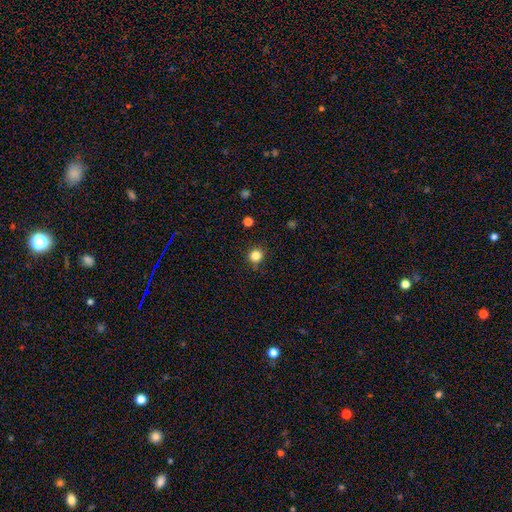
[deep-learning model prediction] A smooth galaxy with no disk features (83%) that is round (89%).

Vote fractions:
- Smooth or featured? smooth: 83% / star or artifact: 13% / featured or disk: 4%
- How rounded? round: 89% / in between: 10% / cigar-shaped: 1%
- Merging? none: 84% / minor disturbance: 11% / major disturbance: 3% / merger: 2%